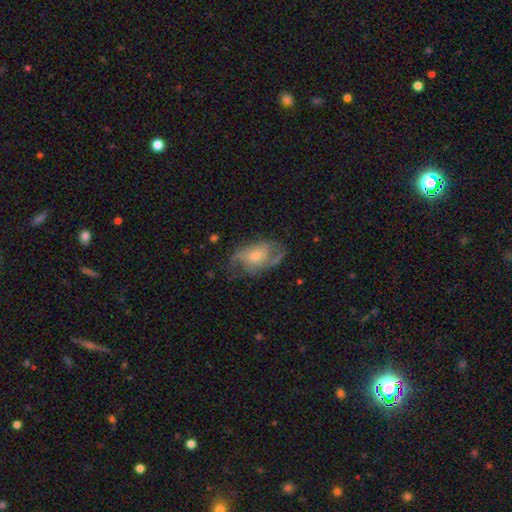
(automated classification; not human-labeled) featured or disk 64%, smooth 28%, star or artifact 8%. Down the decision tree: edge-on disk — no (95%); bar — no (70%); spiral arms — yes (76%); bulge size — moderate (44%, tied with small); merging — none (55%).